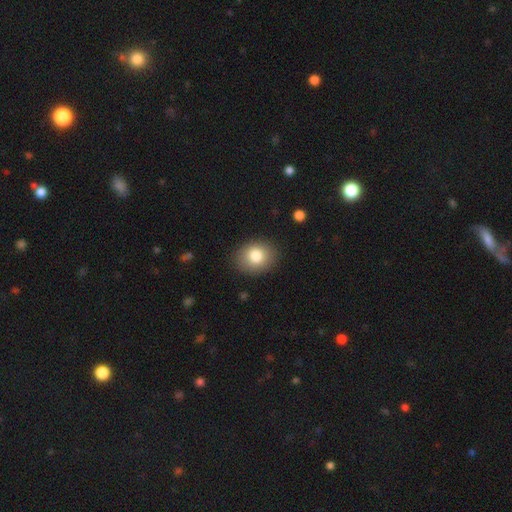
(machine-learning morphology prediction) Q: Smooth or featured?
A: smooth (82%); runner-up: featured or disk (9%)
Q: How rounded?
A: round (53%); runner-up: in between (46%)
Q: Merging?
A: none (87%); runner-up: minor disturbance (9%)